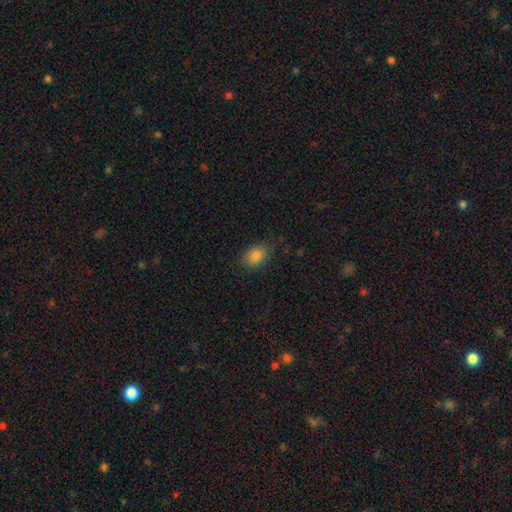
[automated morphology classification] This appears to be a smooth galaxy with no disk features (85%) that is in between round and cigar-shaped (83%). Merging: none (80%).